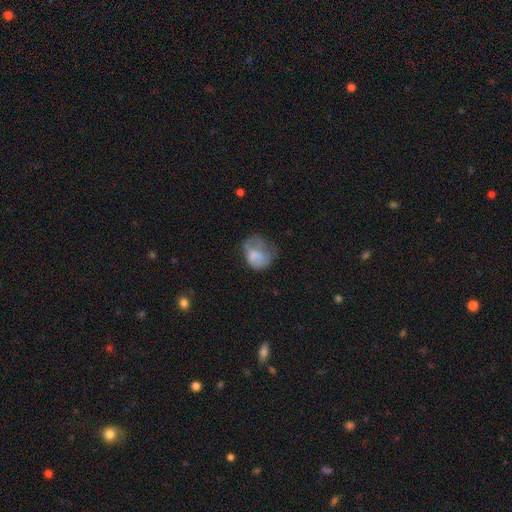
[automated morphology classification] Smooth or featured? smooth (62%)
How rounded? in between (50%)
Merging? major disturbance (39%)